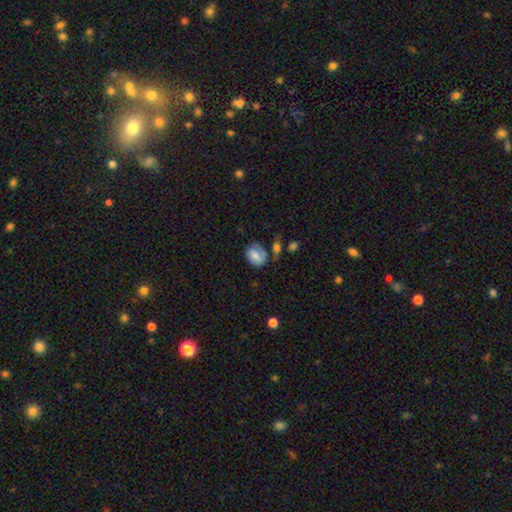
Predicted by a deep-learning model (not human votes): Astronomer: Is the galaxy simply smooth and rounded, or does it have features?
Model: smooth — 72%.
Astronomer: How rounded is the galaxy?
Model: in between — 56% (runner-up: round, 43%).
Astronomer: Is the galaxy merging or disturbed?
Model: none — 55%.